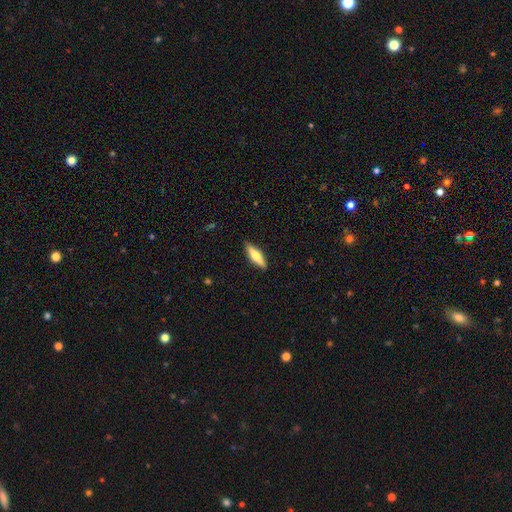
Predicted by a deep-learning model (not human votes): This is possibly a featured or disk galaxy (48%). Merging: clearly none (89%).